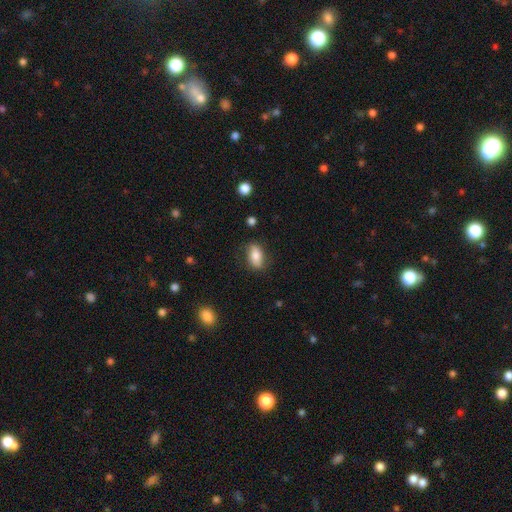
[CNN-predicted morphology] smooth_or_featured: smooth (p=0.77) [alt: featured or disk p=0.16]
how_rounded: in between (p=0.87) [alt: round p=0.07]
merging: none (p=0.78) [alt: minor disturbance p=0.16]